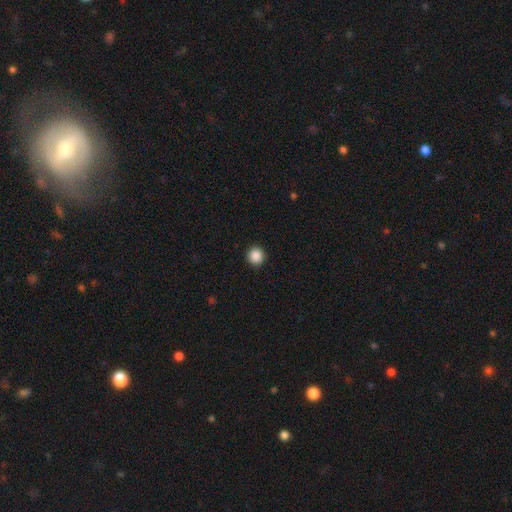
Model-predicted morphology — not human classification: Q: Smooth or featured?
A: smooth (88%); runner-up: star or artifact (9%)
Q: How rounded?
A: round (93%); runner-up: in between (6%)
Q: Merging?
A: none (93%); runner-up: minor disturbance (5%)